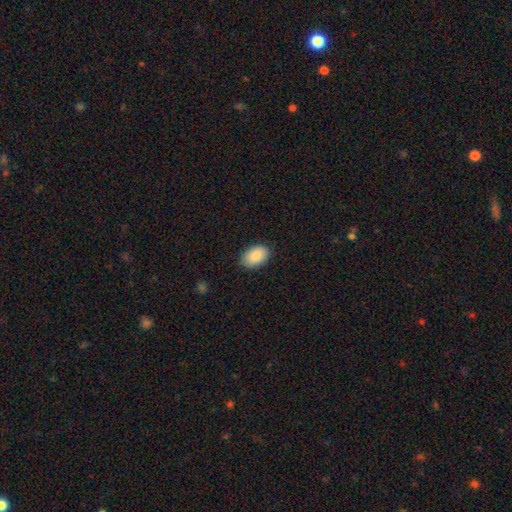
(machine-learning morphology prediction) A smooth galaxy with no disk features (90%) that is in between round and cigar-shaped (91%). Merging: none (86%).